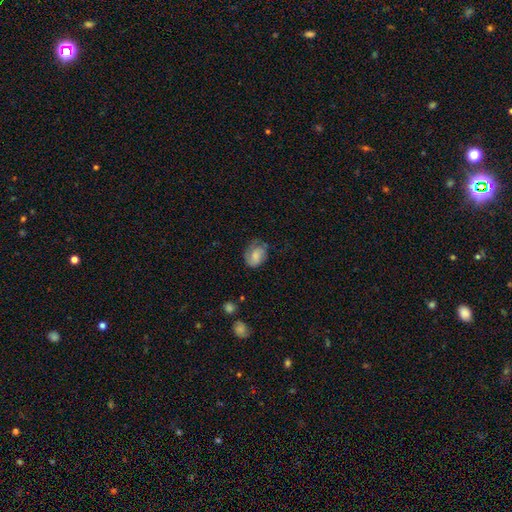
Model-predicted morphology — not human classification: The model was most divided on "how rounded": in between: 61%, round: 38%, cigar-shaped: 1%. More confident: smooth or featured — smooth (58%); merging — none (57%).